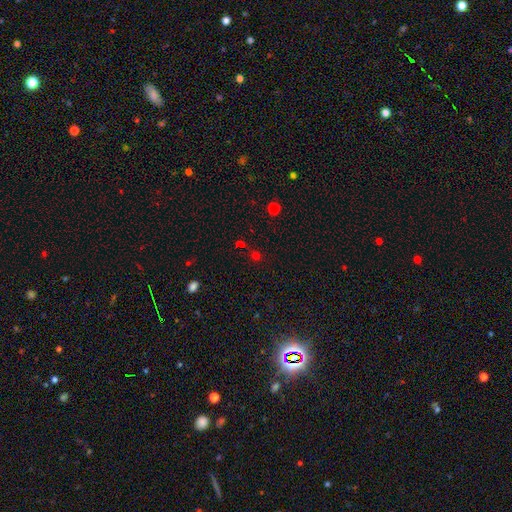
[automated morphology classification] A smooth galaxy with no disk features (51%) that is round (85%). Merging: none (74%).